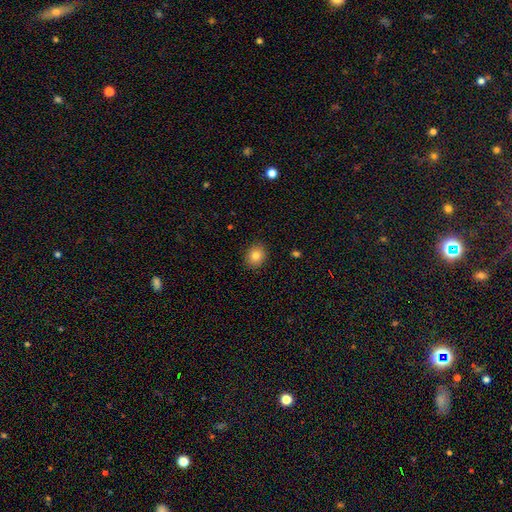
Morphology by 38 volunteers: Smooth or featured? 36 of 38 (95%) said smooth. How rounded? 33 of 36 (92%) said round. Merging? 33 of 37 (89%) said none.